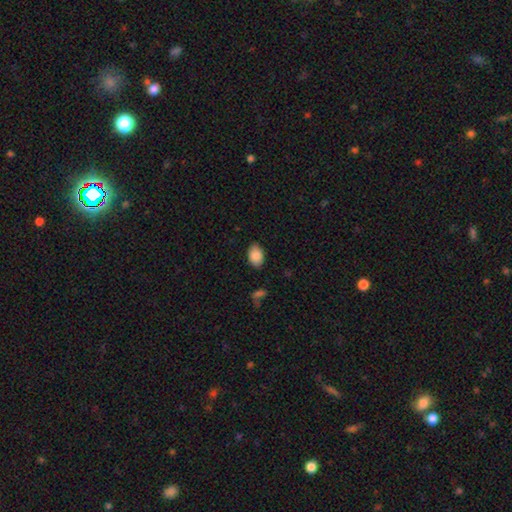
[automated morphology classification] smooth_or_featured: smooth (p=0.88) [alt: star or artifact p=0.07]
how_rounded: in between (p=0.86) [alt: round p=0.12]
merging: none (p=0.86) [alt: minor disturbance p=0.10]